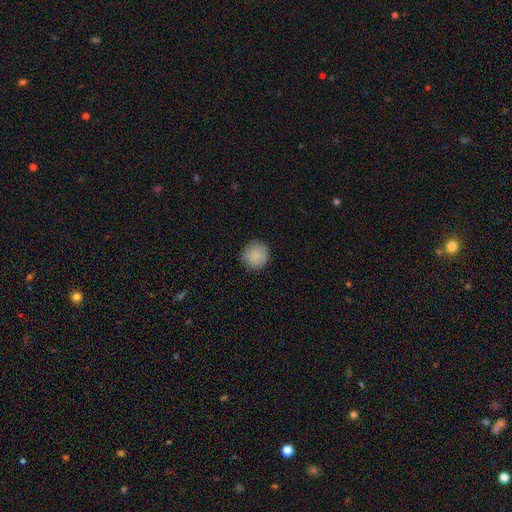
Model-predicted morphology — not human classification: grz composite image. It shows a smooth galaxy with no disk features (88%) that is round (92%). Merging: none (88%).